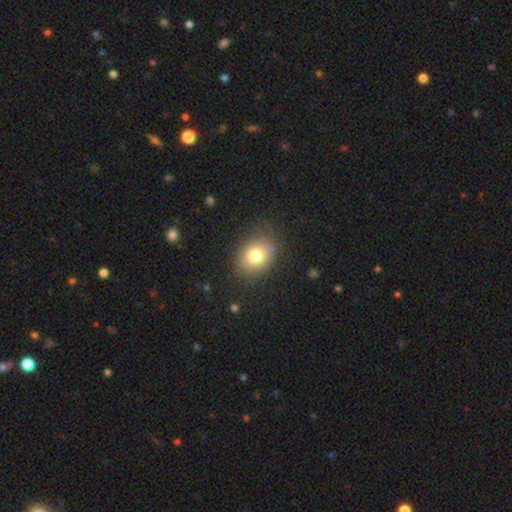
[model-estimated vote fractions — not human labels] Smooth or featured: smooth — 78% (star or artifact — 11%)
How rounded: in between — 52% (round — 47%)
Merging: none — 79% (minor disturbance — 14%)